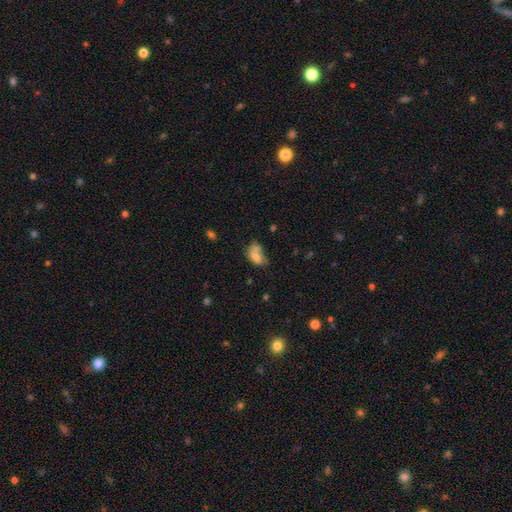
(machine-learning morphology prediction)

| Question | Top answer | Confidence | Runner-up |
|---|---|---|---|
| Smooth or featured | smooth | 66% | featured or disk (23%) |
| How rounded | in between | 84% | round (14%) |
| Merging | merger | 33% | none (27%) |